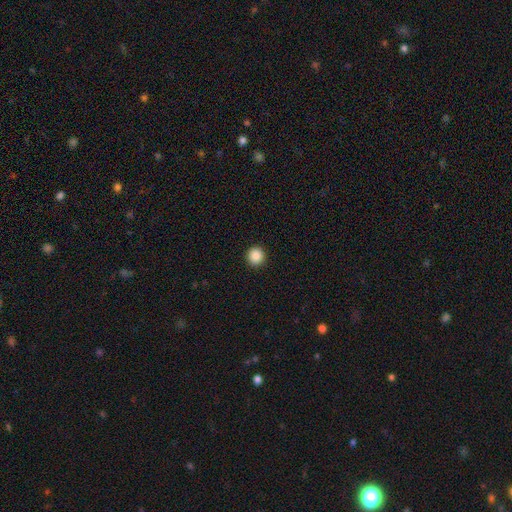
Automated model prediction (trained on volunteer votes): Smooth or featured? smooth (87%)
How rounded? round (95%)
Merging? none (93%)